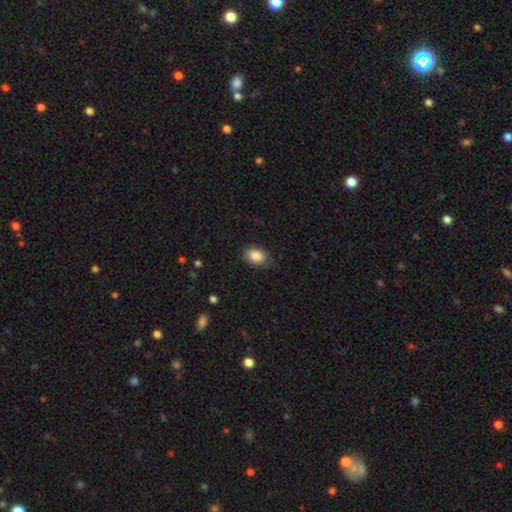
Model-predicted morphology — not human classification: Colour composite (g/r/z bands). It shows a smooth galaxy with no disk features (87%) that is in between round and cigar-shaped (80%). Merging: none (76%).